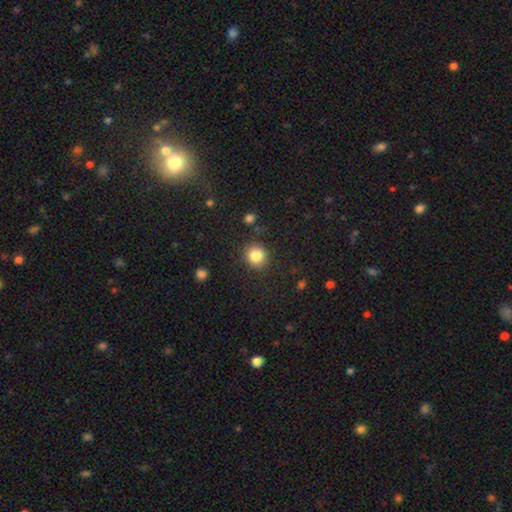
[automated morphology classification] Q: Smooth or featured?
A: smooth (85%); runner-up: star or artifact (10%)
Q: How rounded?
A: round (89%); runner-up: in between (10%)
Q: Merging?
A: none (86%); runner-up: minor disturbance (9%)